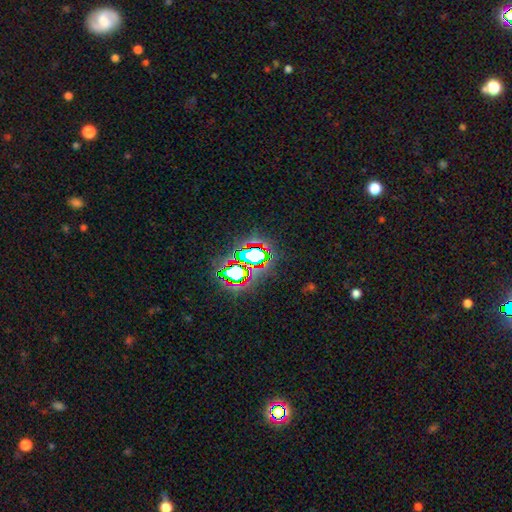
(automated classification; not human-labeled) This is likely a star or artifact rather than a galaxy (68%).